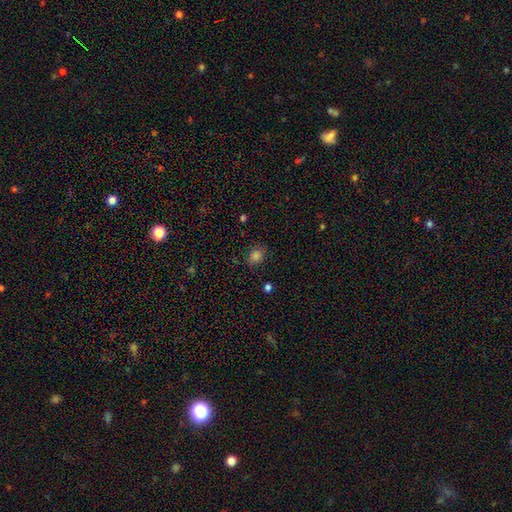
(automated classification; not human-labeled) Smooth or featured?
  - smooth: 80% *
  - star or artifact: 15%
  - featured or disk: 4%
How rounded?
  - round: 70% *
  - in between: 29%
  - cigar-shaped: 1%
Merging?
  - none: 82% *
  - minor disturbance: 13%
  - major disturbance: 4%
  - merger: 1%